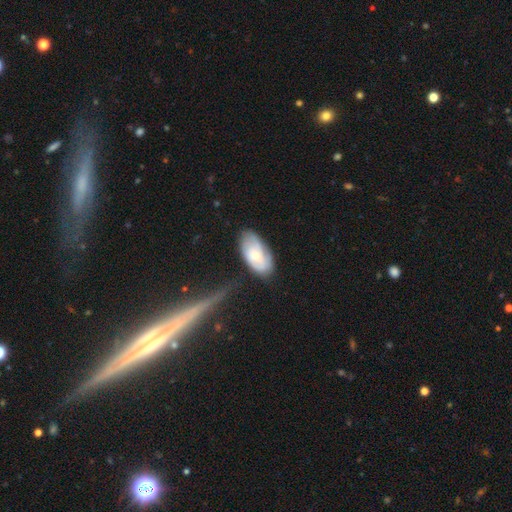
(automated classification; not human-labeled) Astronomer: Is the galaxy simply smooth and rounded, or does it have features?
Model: featured or disk — 53% (runner-up: smooth, 41%).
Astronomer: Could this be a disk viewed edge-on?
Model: no — 92%.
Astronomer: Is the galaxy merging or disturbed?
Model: none — 64%.